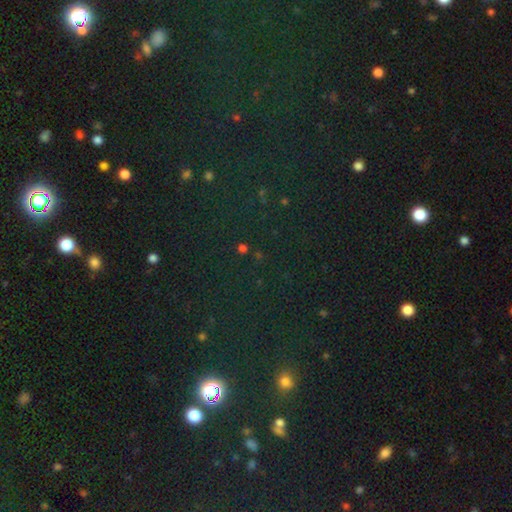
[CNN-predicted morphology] This is likely a star or artifact rather than a galaxy (74%).